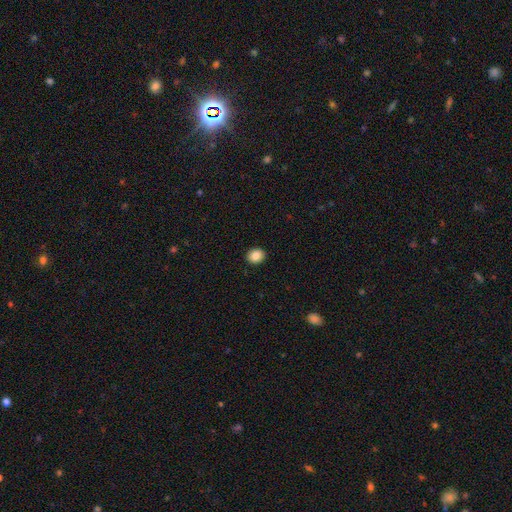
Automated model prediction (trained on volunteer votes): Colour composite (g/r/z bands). It shows a smooth galaxy with no disk features (87%) that is round (64%). Merging: none (92%).